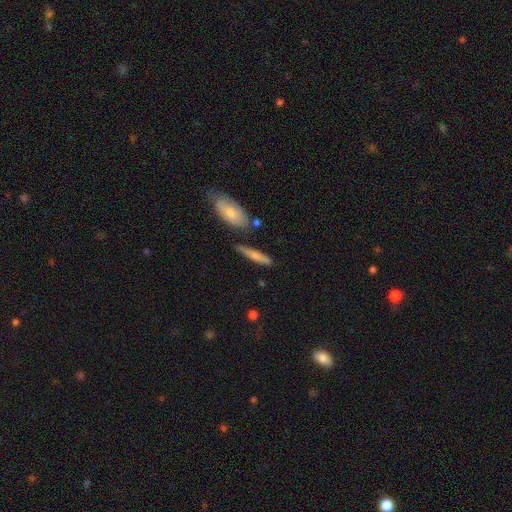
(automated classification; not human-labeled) Smooth or featured: smooth — 69% (featured or disk — 24%)
How rounded: cigar-shaped — 81% (in between — 16%)
Merging: none — 72% (minor disturbance — 16%)